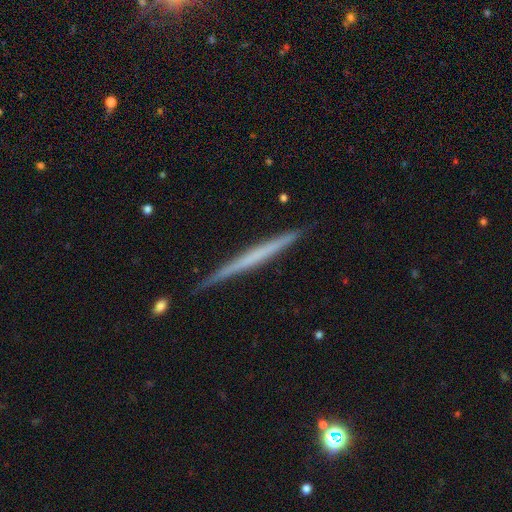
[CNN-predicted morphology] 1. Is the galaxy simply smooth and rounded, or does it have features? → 57% featured or disk, 37% smooth, 6% star or artifact.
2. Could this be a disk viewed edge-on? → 98% yes, 2% no.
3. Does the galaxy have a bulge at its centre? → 89% none, 7% rounded, 4% boxy.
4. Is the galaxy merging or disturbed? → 88% none, 9% minor disturbance, 1% major disturbance, 1% merger.